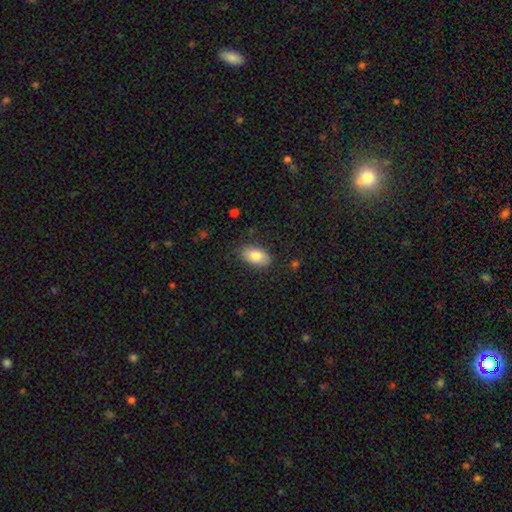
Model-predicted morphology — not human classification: Smooth or featured? Predicted: smooth (p=0.82). How rounded? Predicted: in between (p=0.93). Merging? Predicted: none (p=0.82).